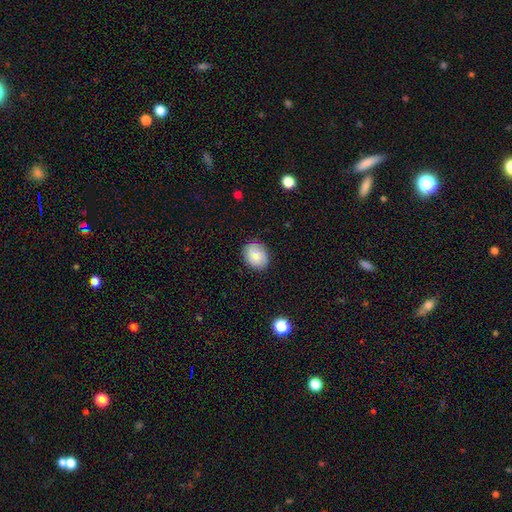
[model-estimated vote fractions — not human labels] A smooth galaxy with no disk features (86%) that is in between round and cigar-shaped (53%).

Vote fractions:
- Smooth or featured? smooth: 86% / star or artifact: 7% / featured or disk: 7%
- How rounded? in between: 53% / round: 46% / cigar-shaped: 1%
- Merging? none: 86% / minor disturbance: 10% / major disturbance: 2% / merger: 1%